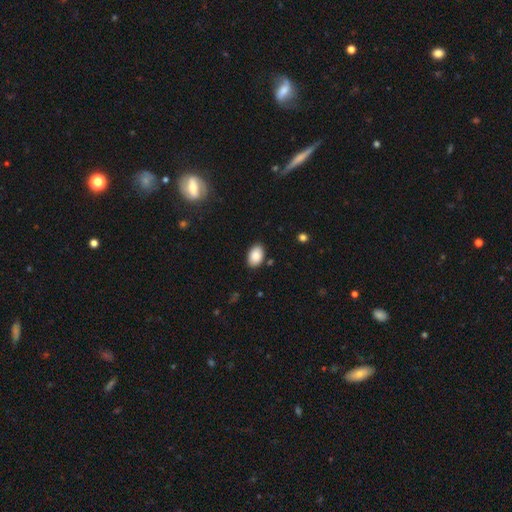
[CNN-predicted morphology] A smooth galaxy with no disk features (89%) that is in between round and cigar-shaped (90%).

Vote fractions:
- Smooth or featured? smooth: 89% / star or artifact: 7% / featured or disk: 4%
- How rounded? in between: 90% / round: 9% / cigar-shaped: 1%
- Merging? none: 87% / minor disturbance: 9% / major disturbance: 2% / merger: 2%